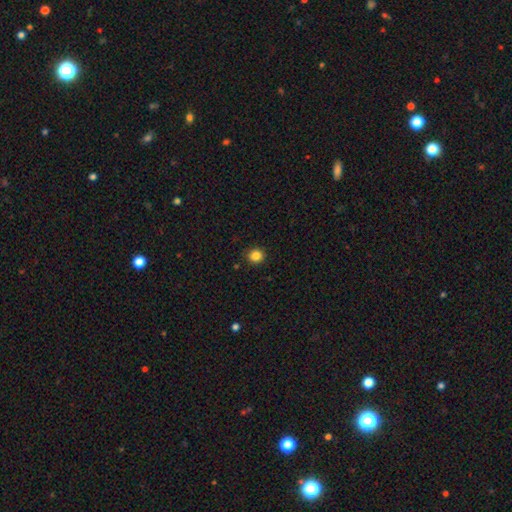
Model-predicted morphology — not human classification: The model was most divided on "smooth or featured": smooth: 84%, star or artifact: 12%, featured or disk: 4%. More confident: merging — none (91%); how rounded — round (90%).